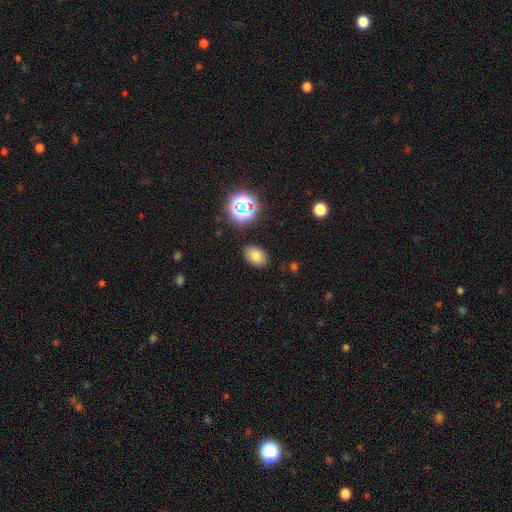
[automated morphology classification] The model was most divided on "how rounded": in between: 79%, round: 20%, cigar-shaped: 1%. More confident: merging — none (86%); smooth or featured — smooth (75%).